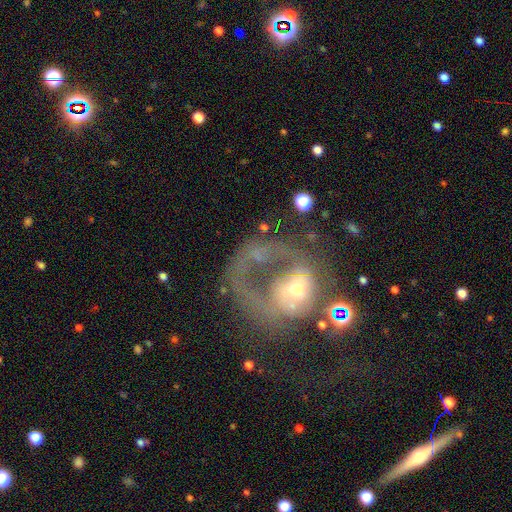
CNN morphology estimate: smooth_or_featured: featured or disk (p=0.68) [alt: smooth p=0.20]
disk_edge_on: no (p=0.97) [alt: yes p=0.03]
bar: no (p=0.76) [alt: weak p=0.18]
has_spiral_arms: yes (p=0.52) [alt: no p=0.48]
bulge_size: moderate (p=0.54) [alt: small p=0.31]
merging: major disturbance (p=0.54) [alt: none p=0.20]